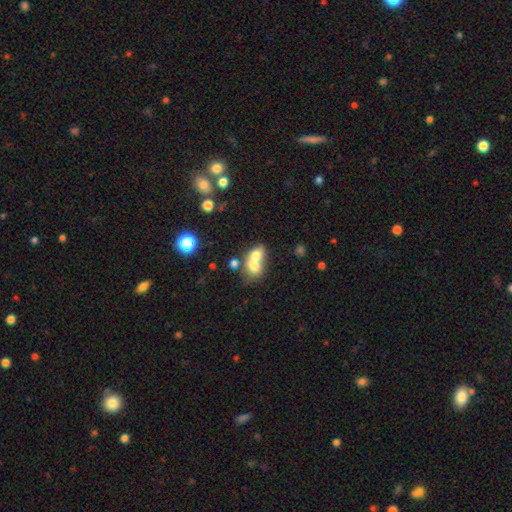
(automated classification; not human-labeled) Overall: smooth (68%). How rounded: in between (55%; round 44%). Merging: merger (74%).